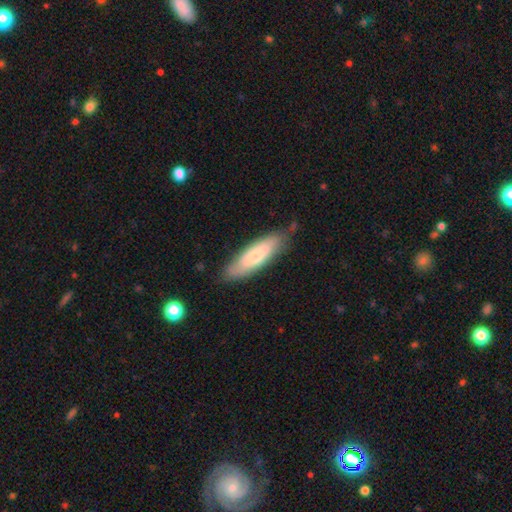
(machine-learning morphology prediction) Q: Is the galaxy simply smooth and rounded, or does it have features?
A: smooth — 61%.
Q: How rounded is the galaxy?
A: cigar-shaped — 50%.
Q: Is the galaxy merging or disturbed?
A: none — 75%.